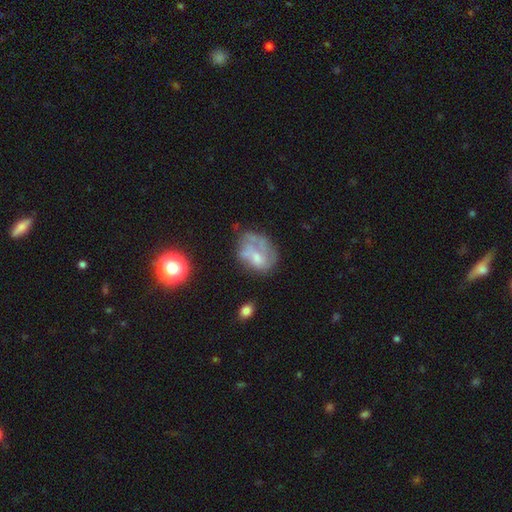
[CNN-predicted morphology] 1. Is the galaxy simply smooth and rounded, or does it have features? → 50% featured or disk, 39% smooth, 12% star or artifact.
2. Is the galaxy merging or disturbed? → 35% none, 30% major disturbance, 26% minor disturbance, 10% merger.